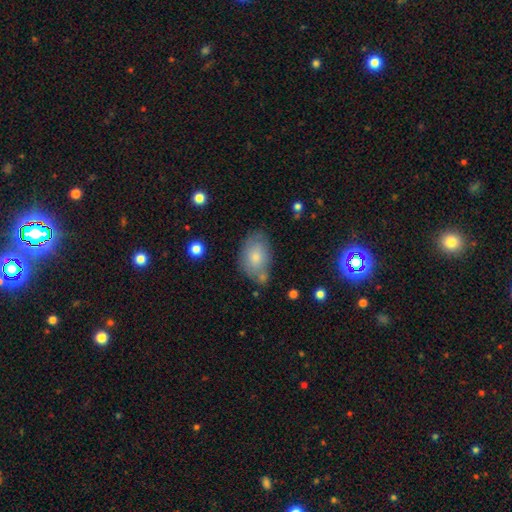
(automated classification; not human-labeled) smooth-or-featured: smooth: 70% | featured or disk: 19% | star or artifact: 11%
  how-rounded: in between: 85% | round: 13% | cigar-shaped: 2%
  merging: none: 64% | minor disturbance: 23% | merger: 8% | major disturbance: 5%